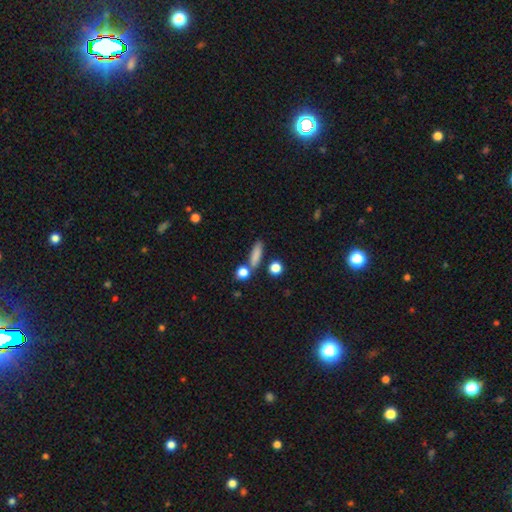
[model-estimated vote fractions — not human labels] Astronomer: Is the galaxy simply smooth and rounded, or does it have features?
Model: smooth — 82%.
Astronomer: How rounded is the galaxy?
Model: cigar-shaped — 57% (runner-up: in between, 33%).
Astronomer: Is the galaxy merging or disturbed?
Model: none — 73%.